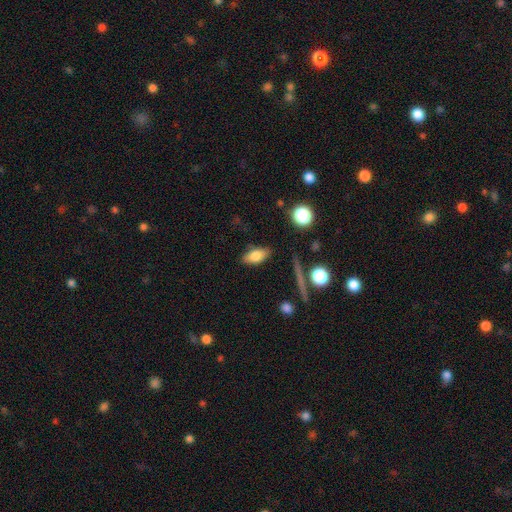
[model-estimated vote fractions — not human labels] smooth 77%, featured or disk 15%, star or artifact 8%. Down the decision tree: how rounded — in between (84%); merging — none (82%).